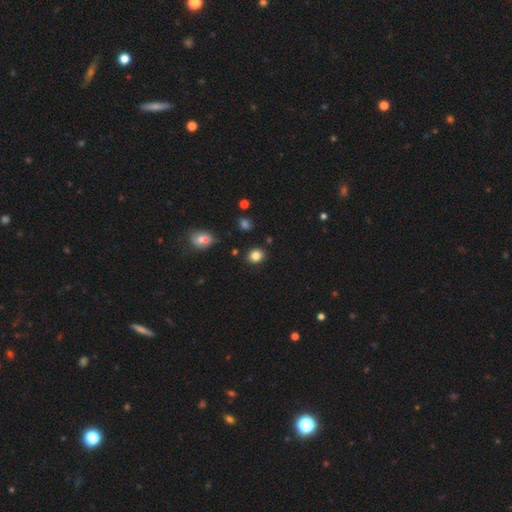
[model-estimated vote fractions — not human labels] Smooth or featured? Predicted: smooth (p=0.83). How rounded? Predicted: round (p=0.71). Merging? Predicted: none (p=0.87).